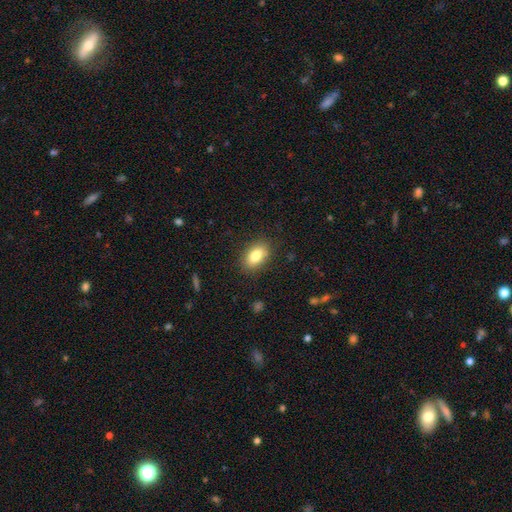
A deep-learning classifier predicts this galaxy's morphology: Smooth or featured?
  - smooth: 80% *
  - featured or disk: 12%
  - star or artifact: 8%
How rounded?
  - in between: 88% *
  - round: 8%
  - cigar-shaped: 3%
Merging?
  - none: 85% *
  - minor disturbance: 11%
  - major disturbance: 3%
  - merger: 1%